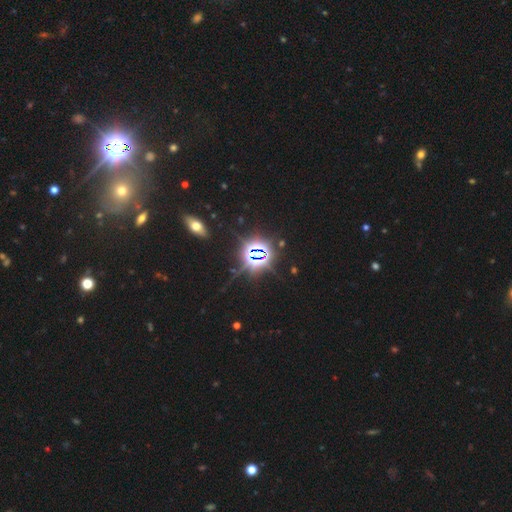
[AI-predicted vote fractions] Smooth or featured?
  - star or artifact: 83% *
  - smooth: 10%
  - featured or disk: 7%